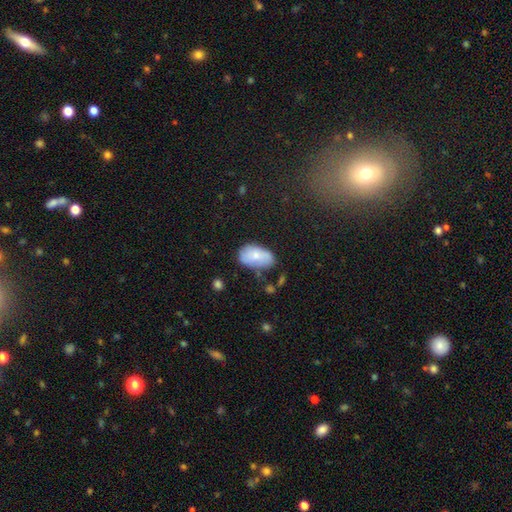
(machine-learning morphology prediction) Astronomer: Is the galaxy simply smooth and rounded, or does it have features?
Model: smooth — 74%.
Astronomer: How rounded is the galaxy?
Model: in between — 93%.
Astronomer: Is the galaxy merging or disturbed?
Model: none — 58%.